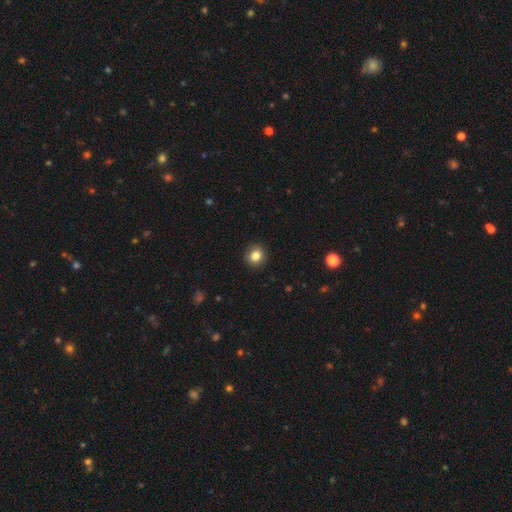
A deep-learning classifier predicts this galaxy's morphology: Smooth or featured? Predicted: smooth (p=0.84). How rounded? Predicted: round (p=0.89). Merging? Predicted: none (p=0.91).